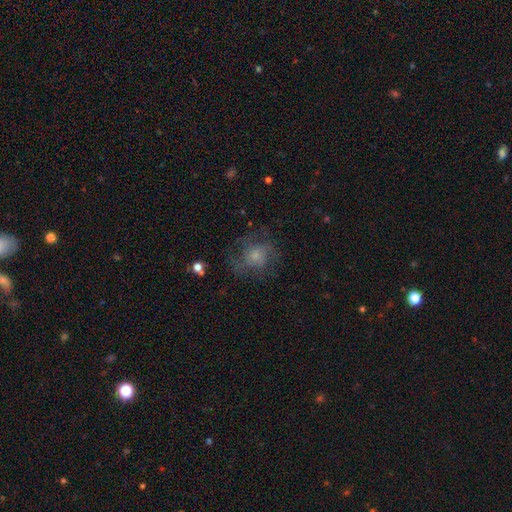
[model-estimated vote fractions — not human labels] A smooth galaxy with no disk features (49%). Merging: none (60%).